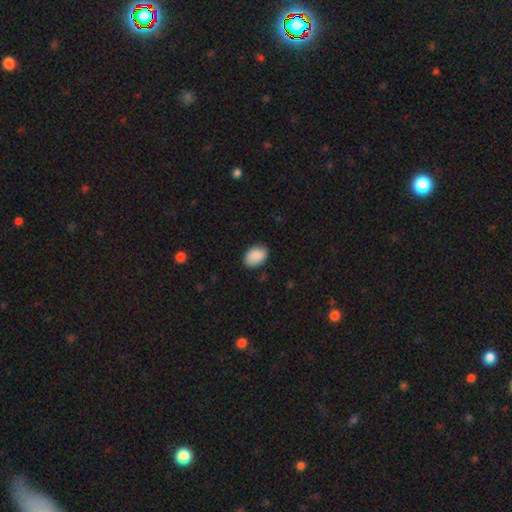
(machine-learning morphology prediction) Smooth or featured? Predicted: smooth (p=0.86). How rounded? Predicted: in between (p=0.80). Merging? Predicted: none (p=0.81).